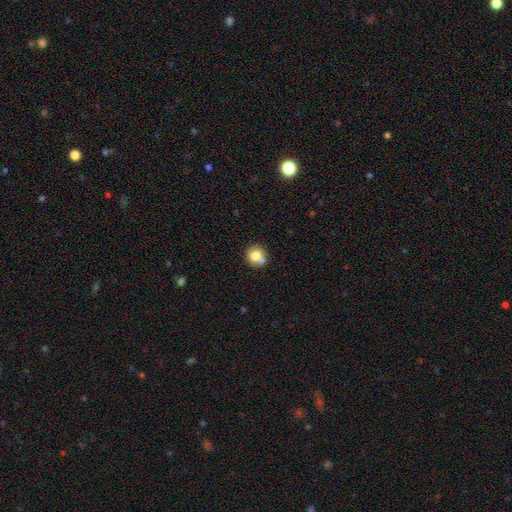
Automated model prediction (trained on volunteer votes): Smooth or featured? smooth (75%)
How rounded? round (89%)
Merging? none (64%)